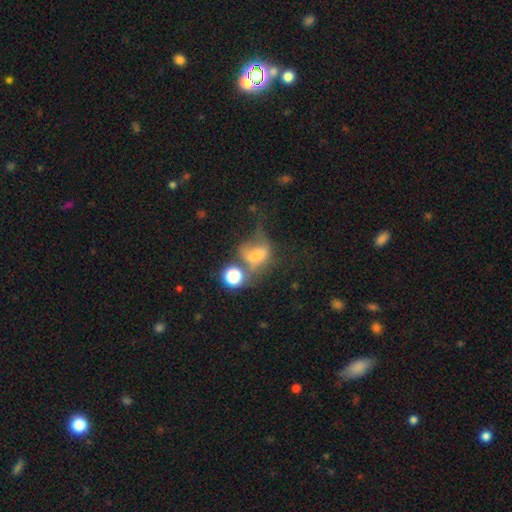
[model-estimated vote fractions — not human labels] Morphology: type=smooth (54%); roundness=in between (58%); merging=major disturbance (32%).